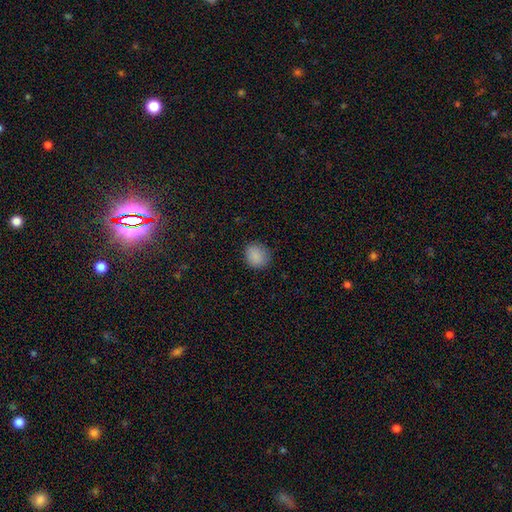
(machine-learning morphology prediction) Smooth or featured? Predicted: smooth (p=0.87). How rounded? Predicted: round (p=0.77). Merging? Predicted: none (p=0.86).